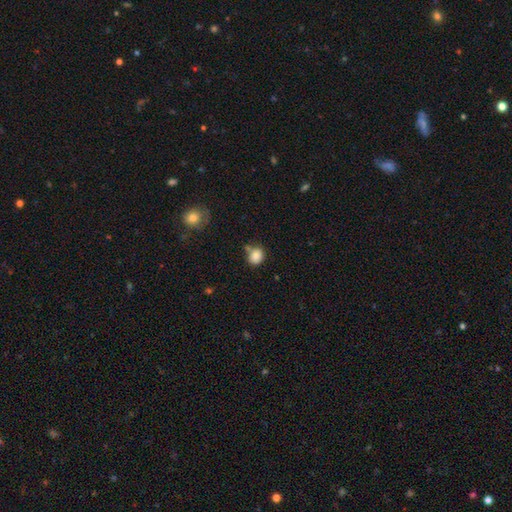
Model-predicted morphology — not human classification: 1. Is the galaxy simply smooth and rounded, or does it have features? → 83% smooth, 10% star or artifact, 7% featured or disk.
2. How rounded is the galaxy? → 68% round, 31% in between, 1% cigar-shaped.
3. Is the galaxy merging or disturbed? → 62% none, 19% minor disturbance, 14% merger, 5% major disturbance.